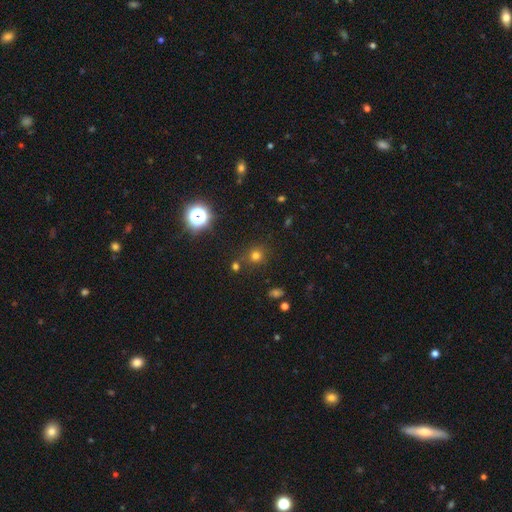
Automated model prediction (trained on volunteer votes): A smooth galaxy with no disk features (66%) that is round (88%). Merging: none (77%).